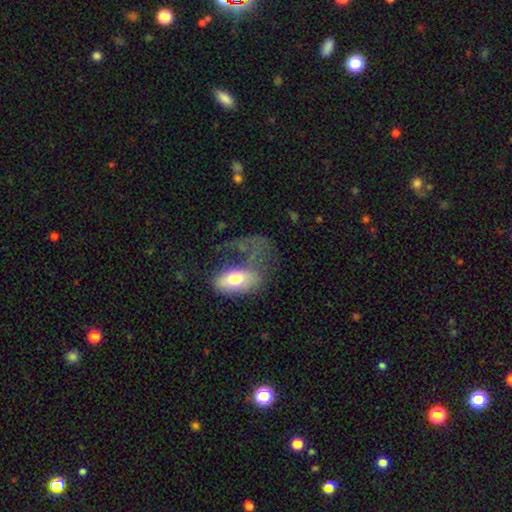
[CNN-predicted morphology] Q: Smooth or featured?
A: smooth (41%); tied with: featured or disk (41%)
Q: Merging?
A: major disturbance (48%); runner-up: none (28%)